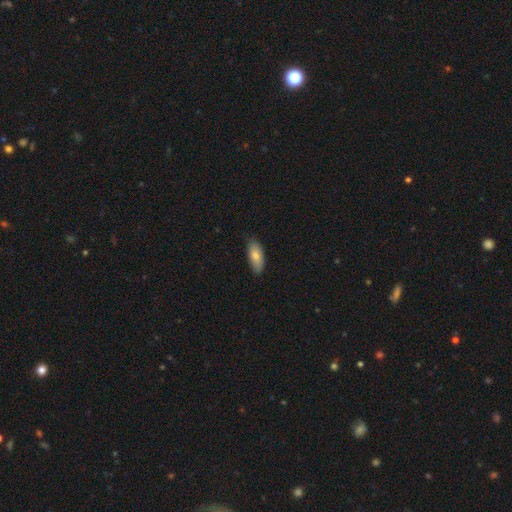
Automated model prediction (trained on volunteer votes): The model was most divided on "merging": none: 80%, minor disturbance: 17%, major disturbance: 2%, merger: 1%. More confident: how rounded — in between (83%); smooth or featured — smooth (81%).